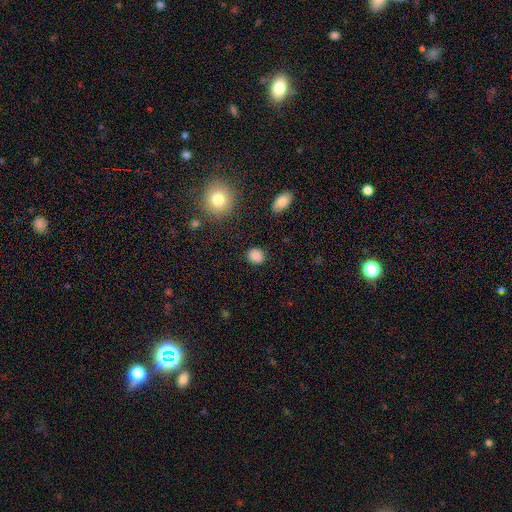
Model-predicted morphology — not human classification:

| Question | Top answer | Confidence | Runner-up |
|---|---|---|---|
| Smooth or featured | smooth | 86% | star or artifact (10%) |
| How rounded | round | 77% | in between (22%) |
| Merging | none | 88% | minor disturbance (8%) |